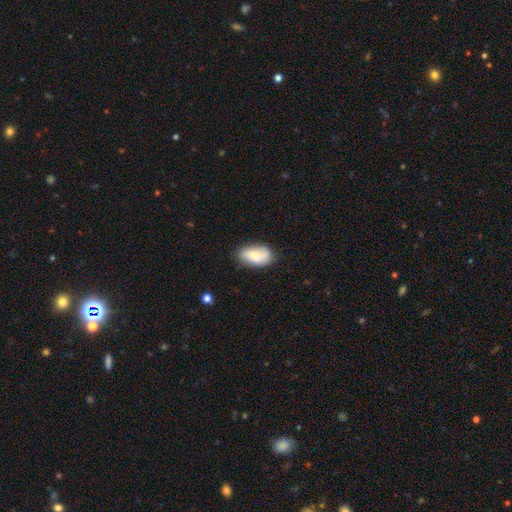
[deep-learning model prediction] This appears to be a smooth galaxy with no disk features (59%) that is in between round and cigar-shaped (90%). Merging: none (73%).